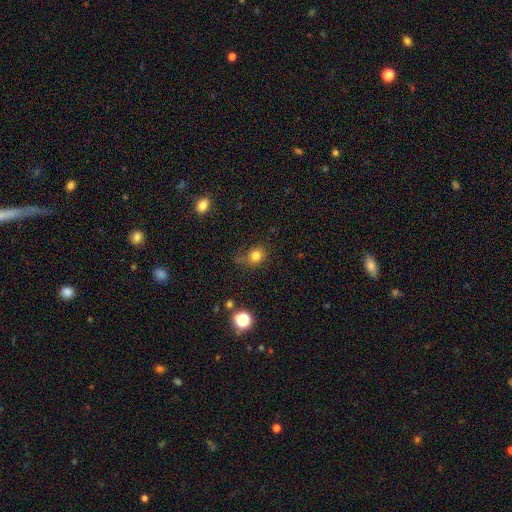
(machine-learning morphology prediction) smooth_or_featured: smooth (p=0.79) [alt: star or artifact p=0.13]
how_rounded: round (p=0.70) [alt: in between p=0.29]
merging: none (p=0.65) [alt: minor disturbance p=0.22]